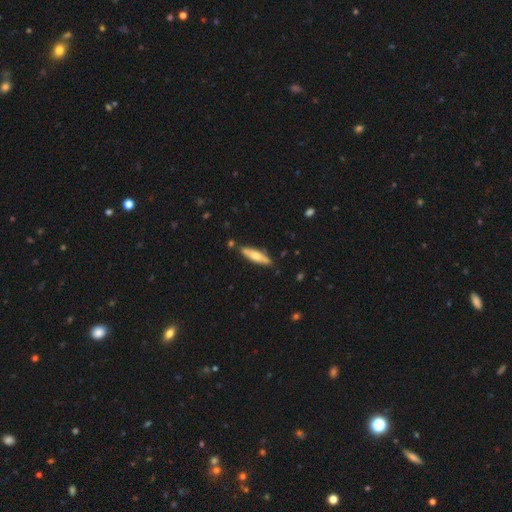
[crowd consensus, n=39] Smooth or featured: featured or disk — 51% (smooth — 46%)
Edge-on disk: yes — 55% (no — 45%)
Edge-on bulge: rounded — 100%
Merging: none — 71% (minor disturbance — 24%)